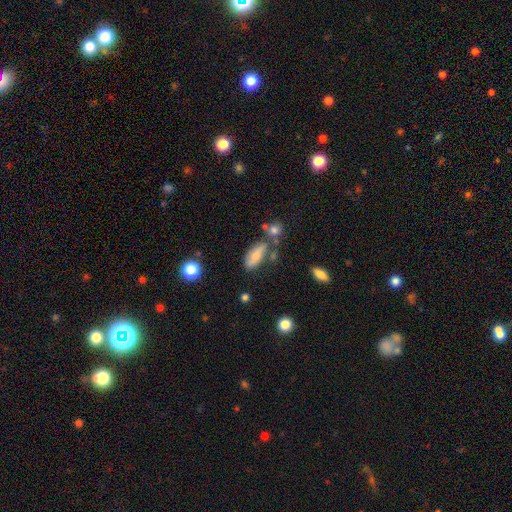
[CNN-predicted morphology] A smooth galaxy with no disk features (66%) that is in between round and cigar-shaped (80%). Merging: none (58%).